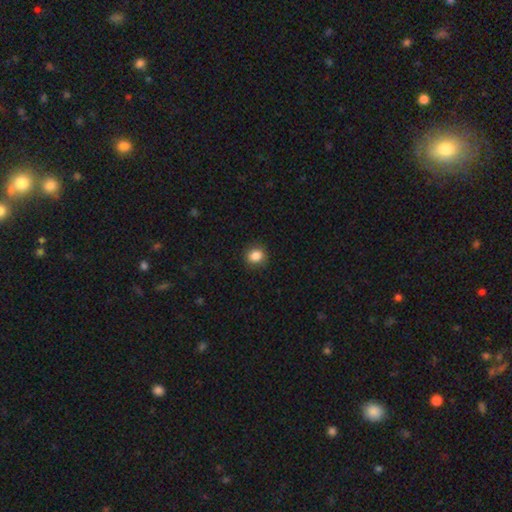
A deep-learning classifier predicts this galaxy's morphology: Smooth or featured? Predicted: smooth (p=0.86). How rounded? Predicted: round (p=0.74). Merging? Predicted: none (p=0.89).